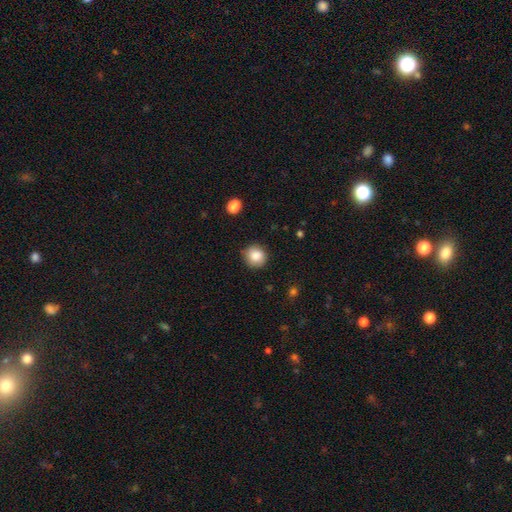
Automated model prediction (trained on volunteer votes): Smooth or featured? smooth (86%)
How rounded? round (87%)
Merging? none (84%)